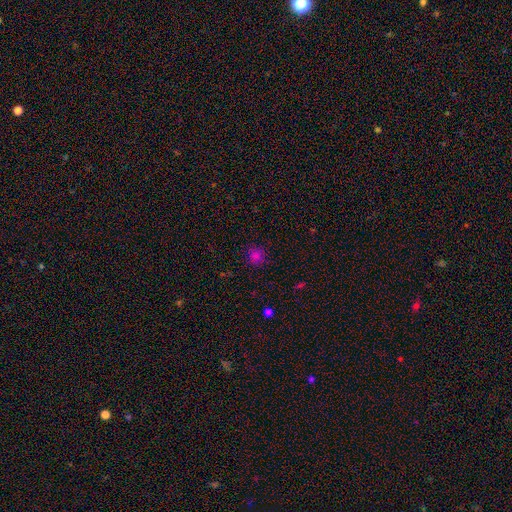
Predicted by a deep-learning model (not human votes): smooth_or_featured: smooth (p=0.78) [alt: star or artifact p=0.18]
how_rounded: round (p=0.88) [alt: in between p=0.11]
merging: none (p=0.87) [alt: minor disturbance p=0.09]